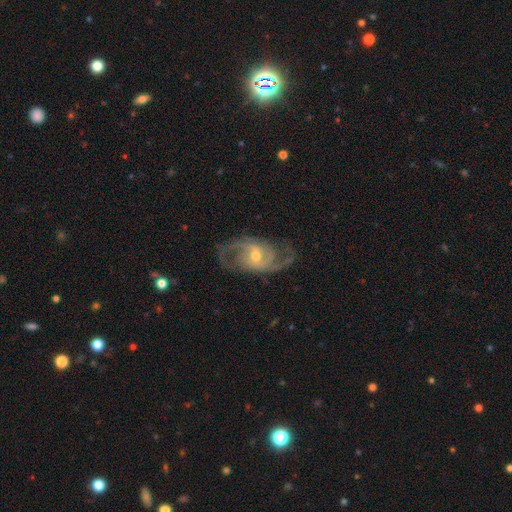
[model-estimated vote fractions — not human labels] Q: Smooth or featured?
A: featured or disk (89%); runner-up: smooth (6%)
Q: Edge-on disk?
A: no (96%); runner-up: yes (4%)
Q: Bar?
A: weak (44%); runner-up: no (43%)
Q: Spiral arms?
A: yes (97%); runner-up: no (3%)
Q: Spiral winding?
A: medium (52%); runner-up: tight (27%)
Q: Spiral arm count?
A: 2 (73%); runner-up: 3 (11%)
Q: Bulge size?
A: moderate (55%); runner-up: small (41%)
Q: Merging?
A: none (73%); runner-up: minor disturbance (16%)